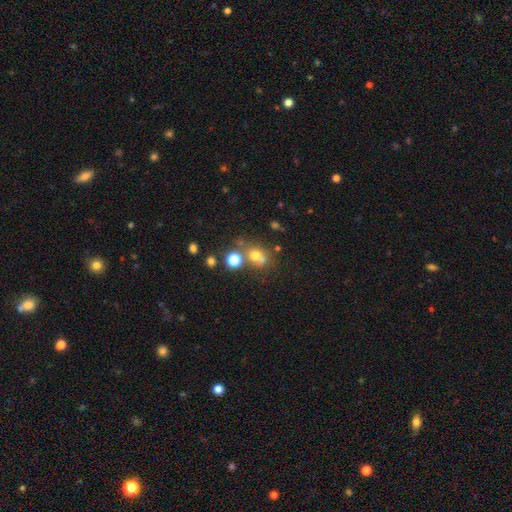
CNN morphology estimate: Smooth or featured? smooth (67%)
How rounded? round (67%)
Merging? none (47%)